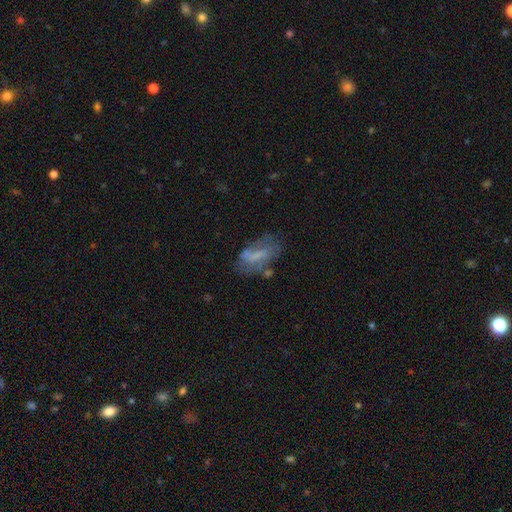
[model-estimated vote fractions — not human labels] Smooth or featured: featured or disk — 47% (smooth — 43%)
Merging: none — 44% (minor disturbance — 26%)